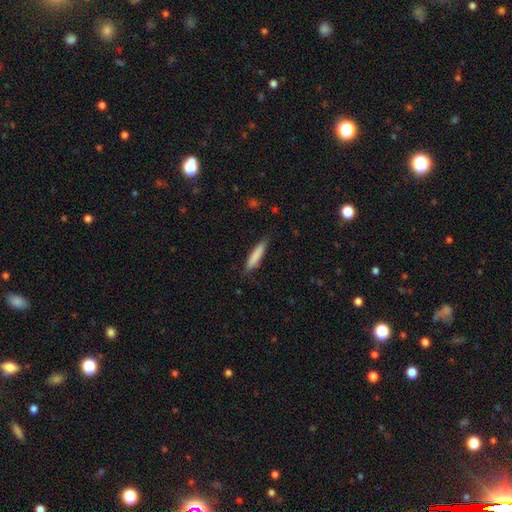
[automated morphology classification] This appears to be a smooth galaxy with no disk features (82%) that is cigar-shaped (86%). Merging: none (82%).